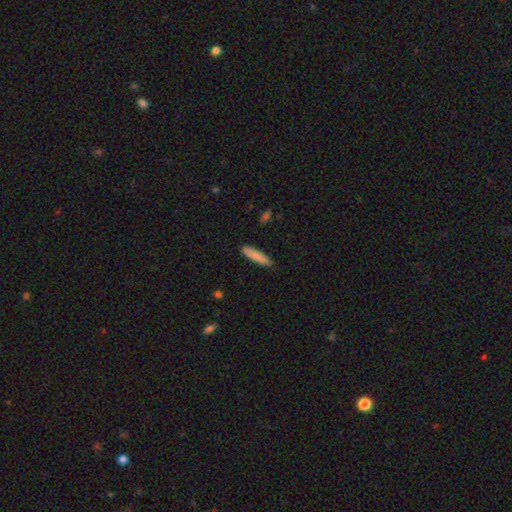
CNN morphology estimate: Smooth or featured? Predicted: smooth (p=0.85). How rounded? Predicted: cigar-shaped (p=0.84). Merging? Predicted: none (p=0.85).